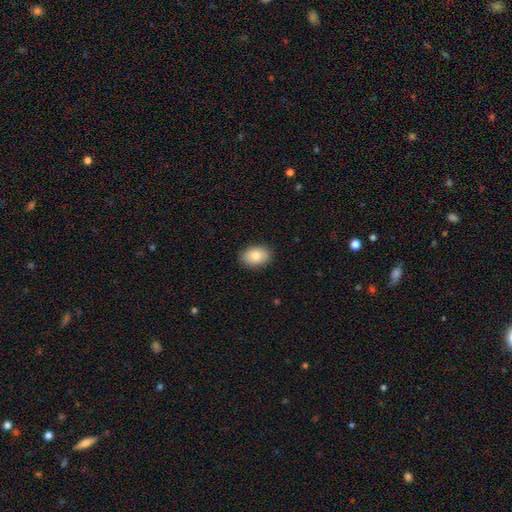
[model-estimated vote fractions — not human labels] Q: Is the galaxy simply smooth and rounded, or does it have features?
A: smooth — 83%.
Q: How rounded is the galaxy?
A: in between — 84%.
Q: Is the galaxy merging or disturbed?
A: none — 89%.